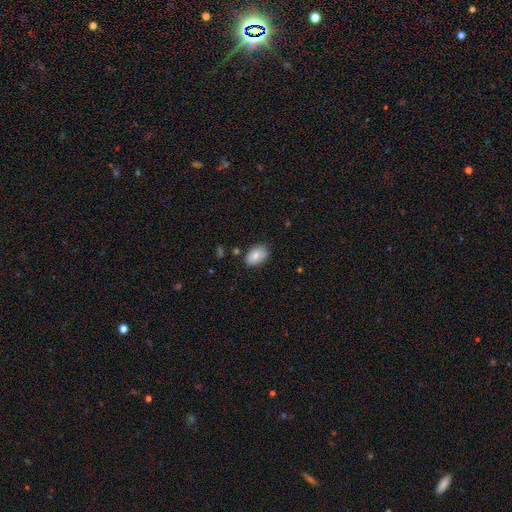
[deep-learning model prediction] A smooth galaxy with no disk features (81%) that is in between round and cigar-shaped (89%). Merging: none (78%).